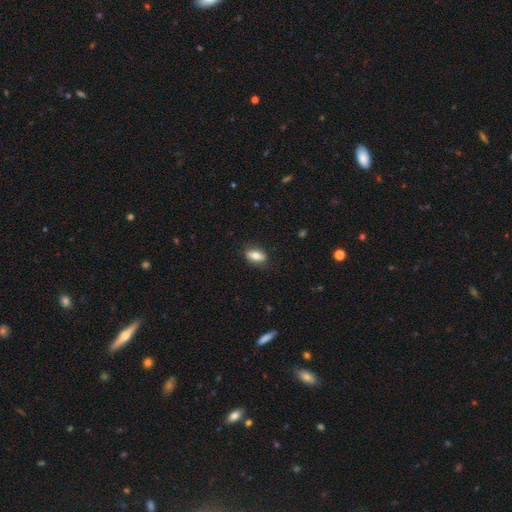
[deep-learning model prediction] A smooth galaxy with no disk features (72%) that is in between round and cigar-shaped (83%).

Vote fractions:
- Smooth or featured? smooth: 72% / featured or disk: 21% / star or artifact: 7%
- How rounded? in between: 83% / cigar-shaped: 10% / round: 7%
- Merging? none: 82% / minor disturbance: 14% / major disturbance: 3% / merger: 1%